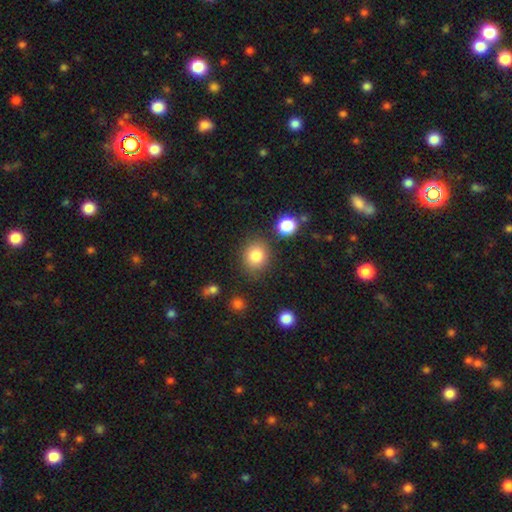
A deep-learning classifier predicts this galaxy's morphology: The model was most divided on "how rounded": round: 74%, in between: 25%, cigar-shaped: 1%. More confident: smooth or featured — smooth (83%); merging — none (80%).